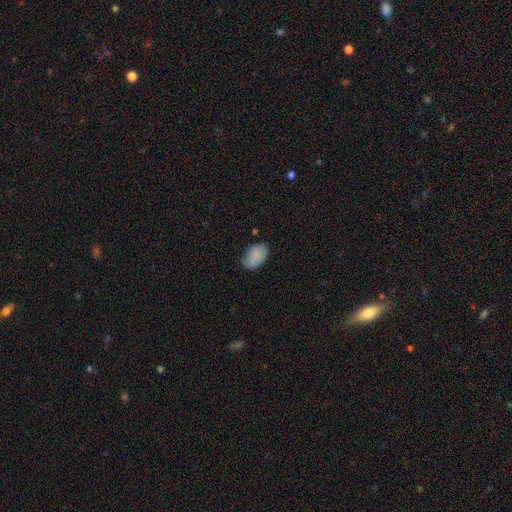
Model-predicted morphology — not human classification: Q: Smooth or featured?
A: smooth (85%); runner-up: star or artifact (7%)
Q: How rounded?
A: in between (89%); runner-up: round (10%)
Q: Merging?
A: none (68%); runner-up: minor disturbance (26%)